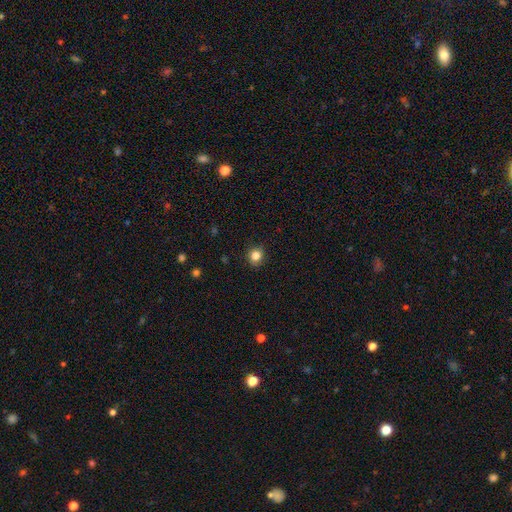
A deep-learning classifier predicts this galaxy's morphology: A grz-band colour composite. It shows a smooth galaxy with no disk features (84%) that is round (84%). Merging: none (87%).